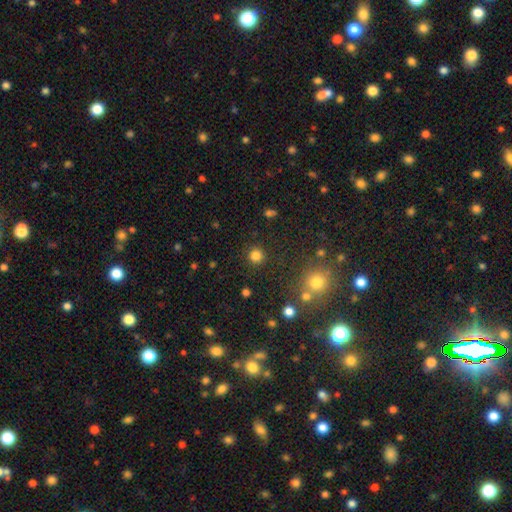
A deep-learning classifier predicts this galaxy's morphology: Smooth or featured: smooth — 82% (star or artifact — 14%)
How rounded: round — 95% (in between — 4%)
Merging: none — 90% (minor disturbance — 5%)